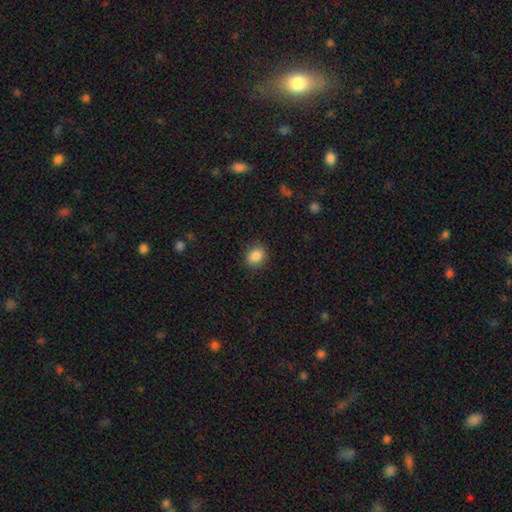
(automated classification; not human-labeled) smooth-or-featured: smooth: 87% | star or artifact: 9% | featured or disk: 4%
  how-rounded: round: 51% | in between: 48% | cigar-shaped: 1%
  merging: none: 87% | minor disturbance: 9% | major disturbance: 3% | merger: 1%